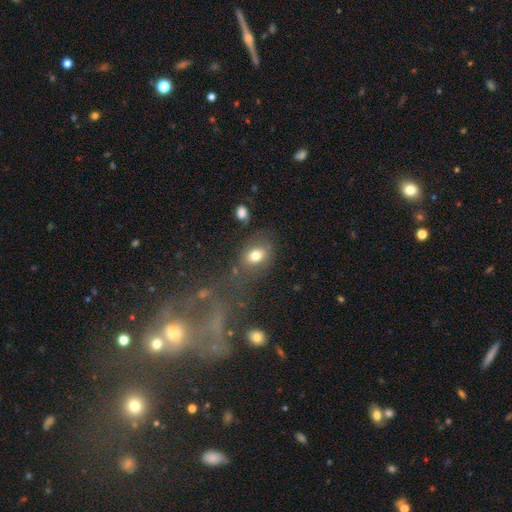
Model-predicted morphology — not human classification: Smooth or featured: smooth — 76% (featured or disk — 13%)
How rounded: in between — 66% (round — 33%)
Merging: none — 64% (minor disturbance — 19%)